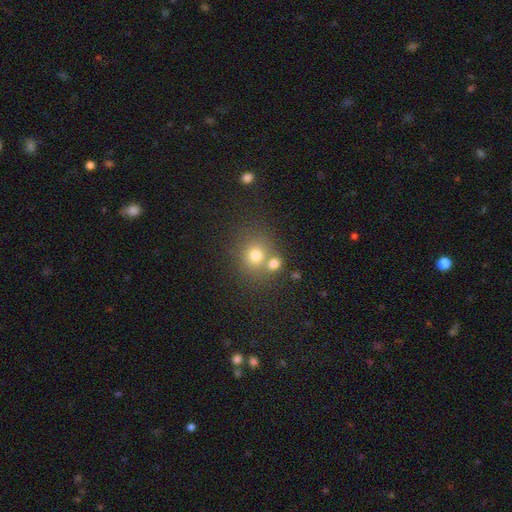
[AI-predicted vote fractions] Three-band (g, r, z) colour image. It shows a smooth galaxy with no disk features (74%) that is round (80%). Merging: none (58%).